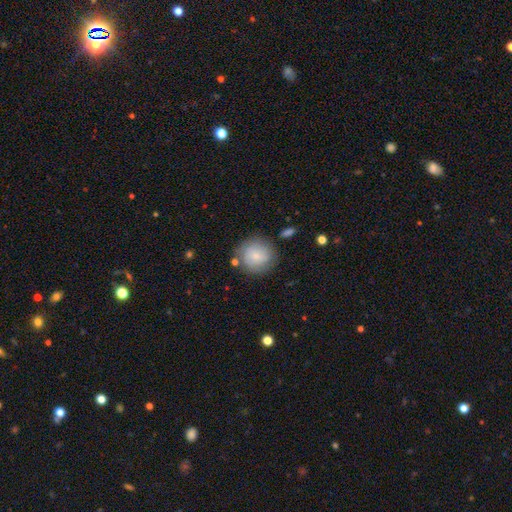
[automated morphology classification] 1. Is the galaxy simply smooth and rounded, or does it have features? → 76% smooth, 16% featured or disk, 7% star or artifact.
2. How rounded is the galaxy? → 92% round, 7% in between, 1% cigar-shaped.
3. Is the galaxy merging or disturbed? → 77% none, 14% minor disturbance, 5% major disturbance, 4% merger.